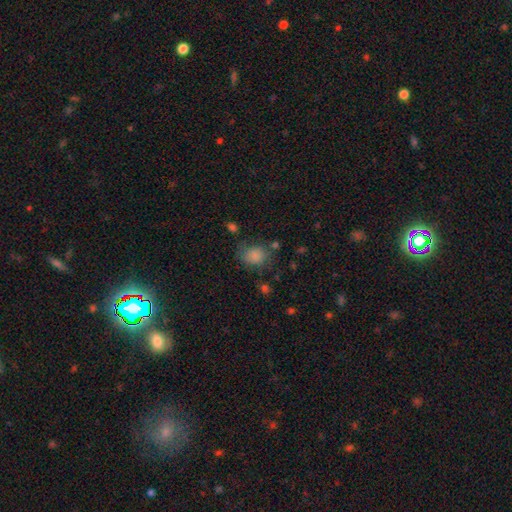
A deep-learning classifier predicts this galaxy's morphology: Smooth or featured? Predicted: smooth (p=0.83). How rounded? Predicted: round (p=0.52). Merging? Predicted: none (p=0.61).